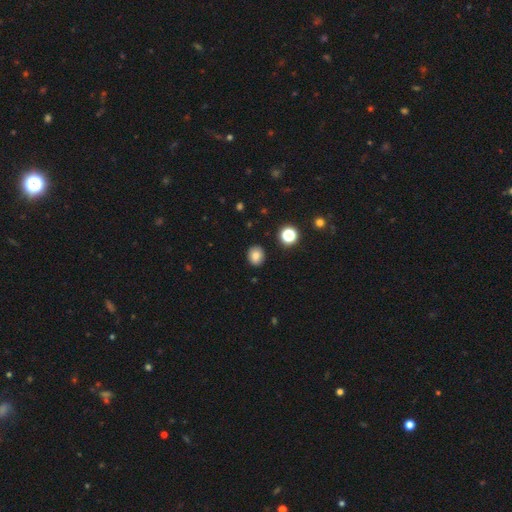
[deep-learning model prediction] Morphology: type=smooth (82%); roundness=round (68%); merging=none (89%).